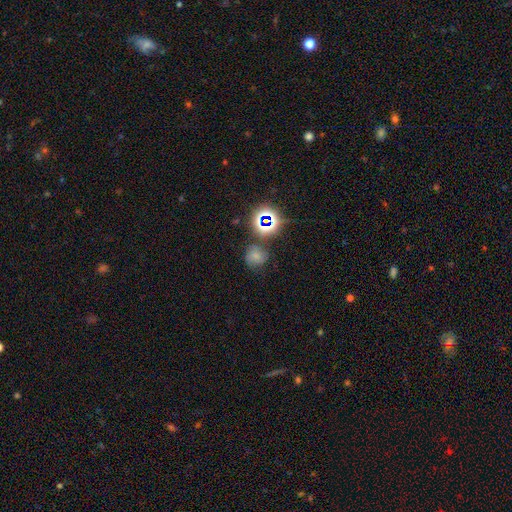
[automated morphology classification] Q: Smooth or featured?
A: smooth (57%); runner-up: star or artifact (29%)
Q: How rounded?
A: round (83%); runner-up: in between (16%)
Q: Merging?
A: none (69%); runner-up: minor disturbance (17%)